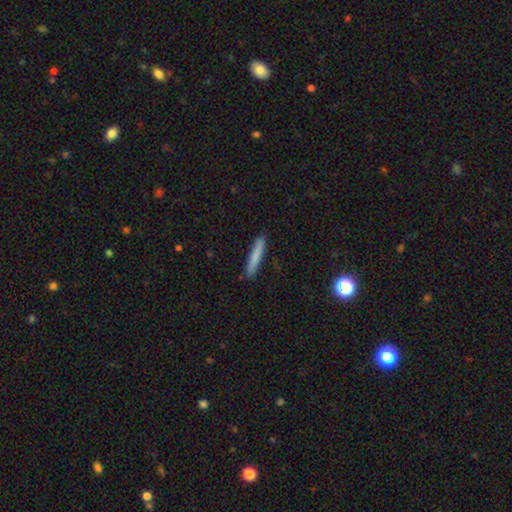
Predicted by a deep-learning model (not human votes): Smooth or featured: smooth — 79% (featured or disk — 14%)
How rounded: cigar-shaped — 94% (in between — 5%)
Merging: none — 89% (minor disturbance — 8%)